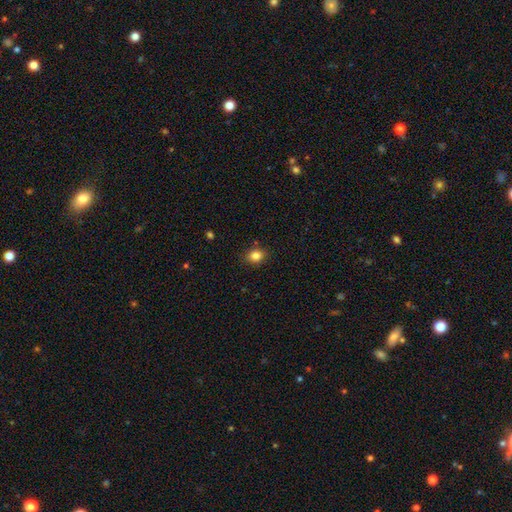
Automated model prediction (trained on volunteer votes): The model was most divided on "how rounded": round: 56%, in between: 43%, cigar-shaped: 1%. More confident: merging — none (85%); smooth or featured — smooth (84%).